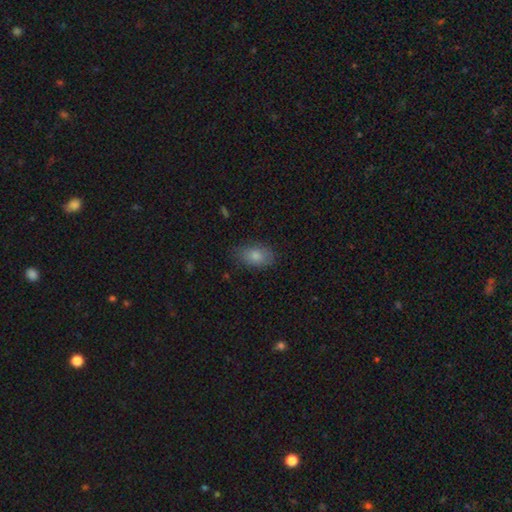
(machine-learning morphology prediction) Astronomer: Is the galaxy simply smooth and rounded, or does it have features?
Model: smooth — 82%.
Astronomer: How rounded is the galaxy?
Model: in between — 89%.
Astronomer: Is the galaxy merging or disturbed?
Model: none — 75%.